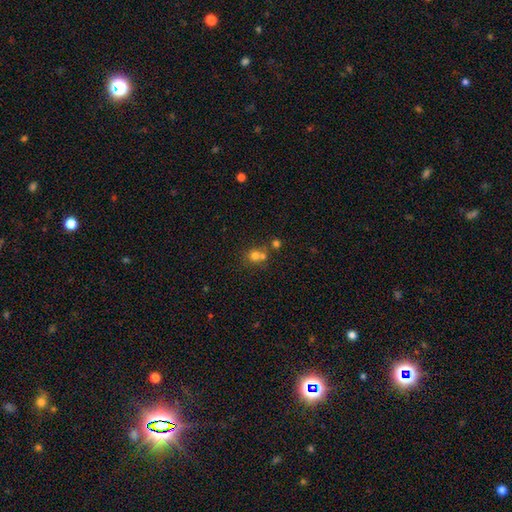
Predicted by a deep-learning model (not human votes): Smooth or featured? smooth (70%)
How rounded? round (81%)
Merging? merger (47%)